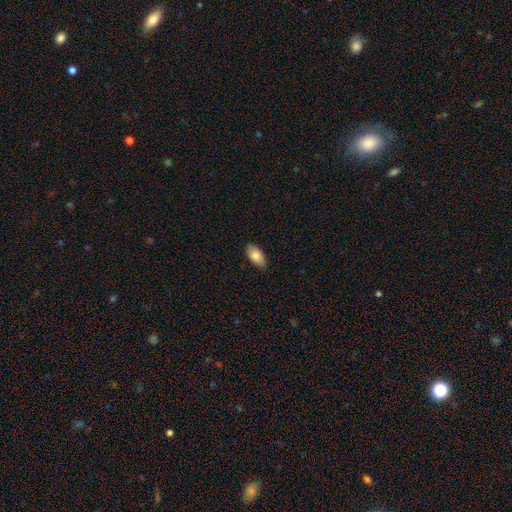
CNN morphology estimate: A smooth galaxy with no disk features (84%) that is in between round and cigar-shaped (94%). Merging: none (87%).